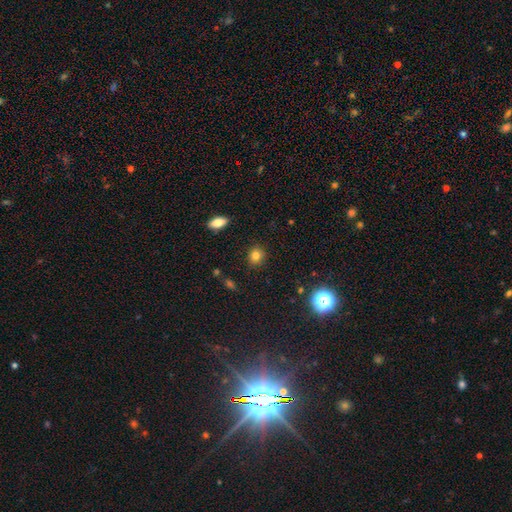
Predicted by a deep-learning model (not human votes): Overall: smooth (80%). How rounded: round (79%). Merging: none (89%).